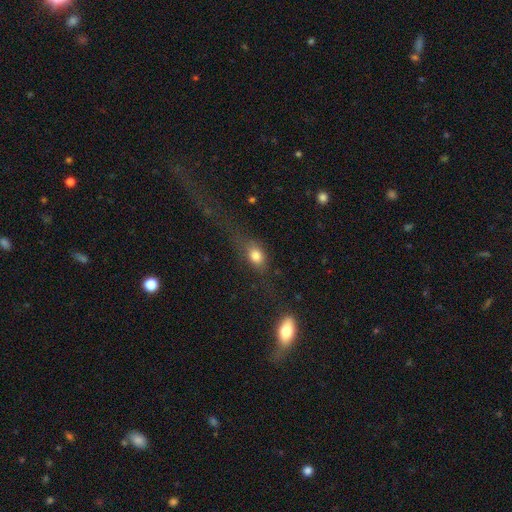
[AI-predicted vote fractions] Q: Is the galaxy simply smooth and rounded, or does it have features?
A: smooth — 73%.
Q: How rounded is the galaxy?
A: in between — 63%.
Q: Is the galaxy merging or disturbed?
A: none — 46%.